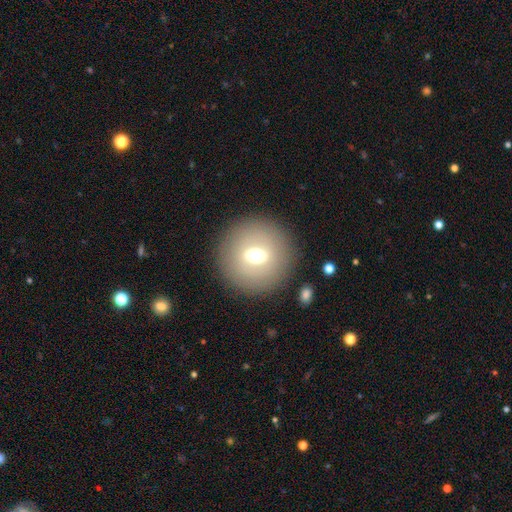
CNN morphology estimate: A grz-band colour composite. It shows a smooth galaxy with no disk features (53%) that is round (91%). Merging: none (86%).